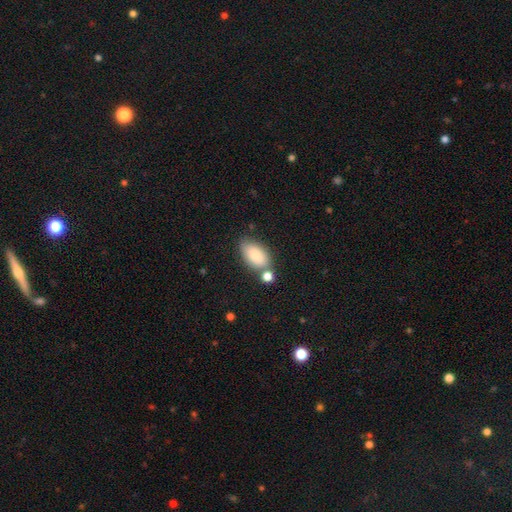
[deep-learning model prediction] smooth-or-featured: smooth: 85% | featured or disk: 9% | star or artifact: 7%
  how-rounded: in between: 92% | round: 5% | cigar-shaped: 3%
  merging: none: 60% | merger: 19% | minor disturbance: 16% | major disturbance: 5%